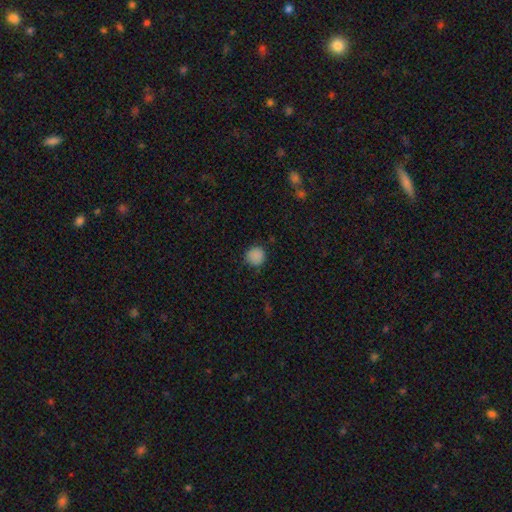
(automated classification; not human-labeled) A smooth galaxy with no disk features (86%) that is round (91%). Merging: none (84%).